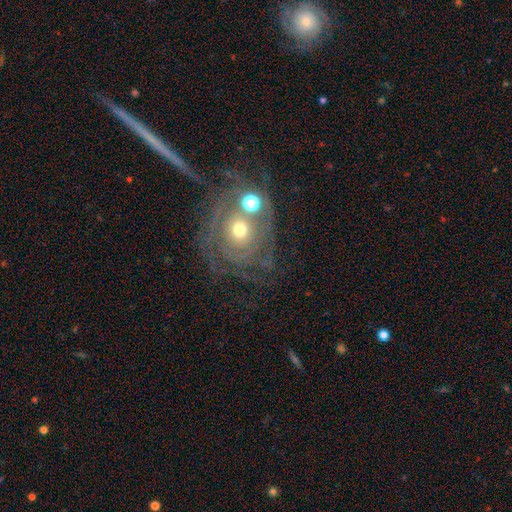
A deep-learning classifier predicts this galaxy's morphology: This is likely a featured or disk galaxy (76%). It is clearly not viewed edge-on (93%). Bar: likely no (78%). Spiral arm pattern: clearly yes (84%). Spiral arm count: marginally can't tell (43%). Spiral winding: likely tight (72%). Central bulge: likely moderate (63%). Merging: possibly none (57%).